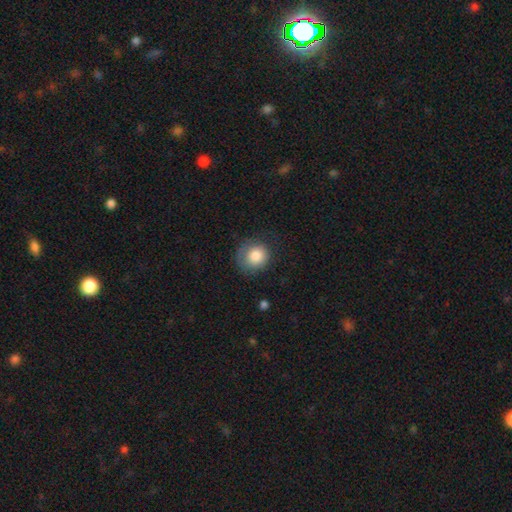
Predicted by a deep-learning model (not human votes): smooth-or-featured: smooth: 80% | featured or disk: 11% | star or artifact: 8%
  how-rounded: round: 83% | in between: 16% | cigar-shaped: 1%
  merging: none: 67% | minor disturbance: 21% | major disturbance: 10% | merger: 1%